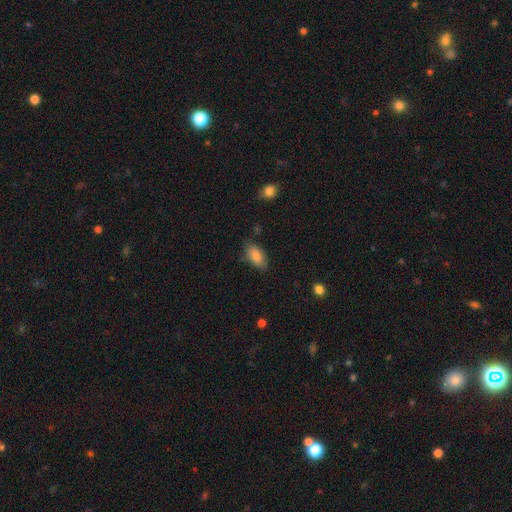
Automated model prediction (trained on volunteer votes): smooth 85%, featured or disk 8%, star or artifact 7%. Down the decision tree: how rounded — in between (92%); merging — none (74%).